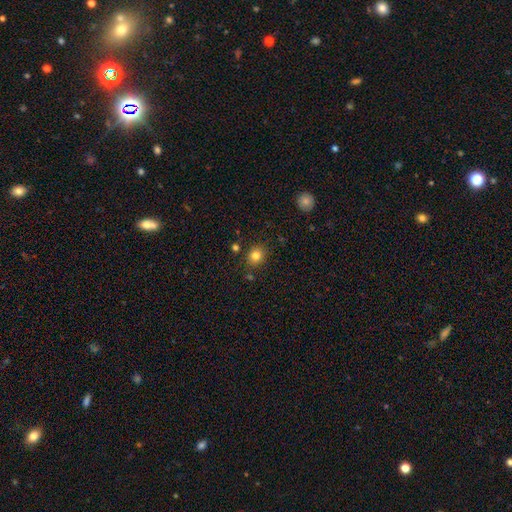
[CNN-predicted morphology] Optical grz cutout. It shows a smooth galaxy with no disk features (81%) that is round (71%). Merging: none (84%).